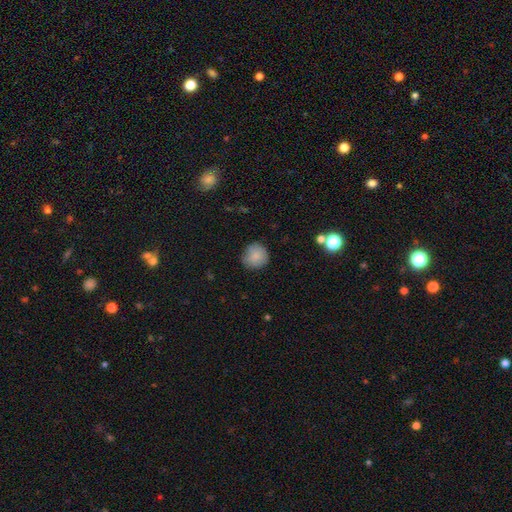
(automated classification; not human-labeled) The model was most divided on "merging": none: 83%, minor disturbance: 13%, major disturbance: 3%, merger: 1%. More confident: how rounded — round (93%); smooth or featured — smooth (83%).